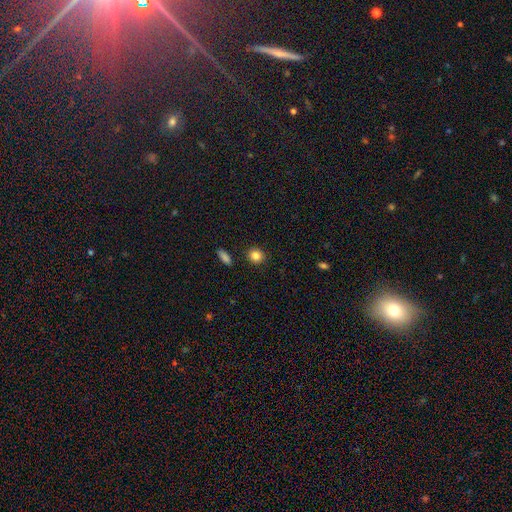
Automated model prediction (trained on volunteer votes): Overall: smooth (85%). How rounded: round (85%). Merging: none (90%).